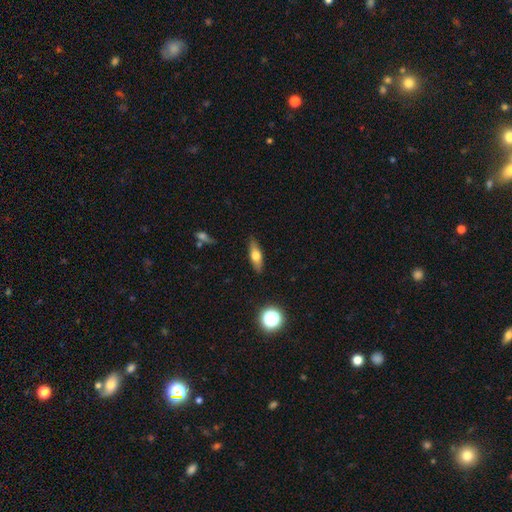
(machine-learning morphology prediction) Smooth or featured?
  - smooth: 58% *
  - featured or disk: 34%
  - star or artifact: 9%
How rounded?
  - in between: 52% *
  - cigar-shaped: 43%
  - round: 5%
Merging?
  - none: 87% *
  - minor disturbance: 10%
  - major disturbance: 2%
  - merger: 1%